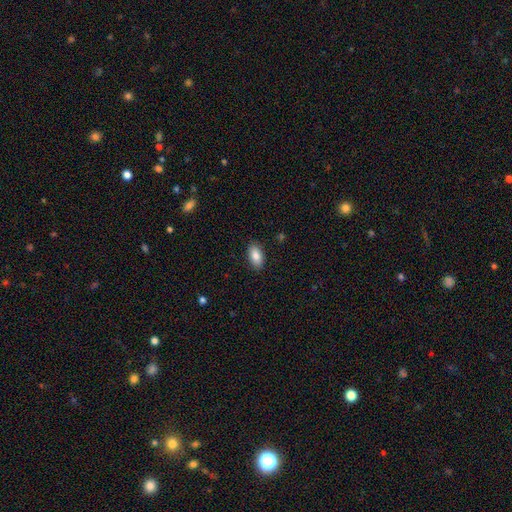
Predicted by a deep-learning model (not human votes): Overall: smooth (85%). How rounded: in between (93%). Merging: none (88%).